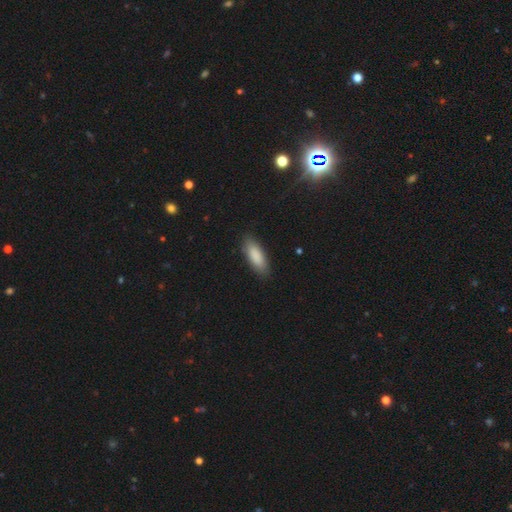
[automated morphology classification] Smooth or featured? Predicted: smooth (p=0.88). How rounded? Predicted: in between (p=0.70). Merging? Predicted: none (p=0.85).